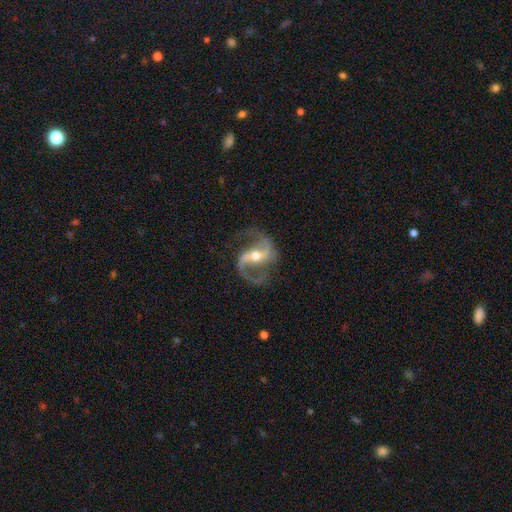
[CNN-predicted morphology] type=featured or disk (93%); edge-on=no (98%); bar=strong (47%); spiral arms=yes (98%); winding=medium (49%); arm count=2 (94%); bulge=moderate (60%); merging=none (78%).